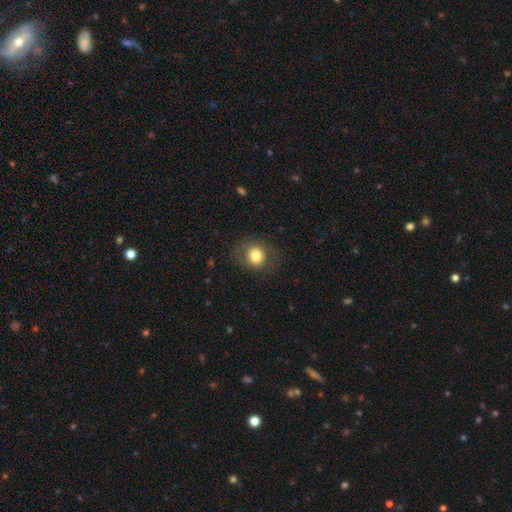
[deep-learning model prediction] Q: Smooth or featured?
A: smooth (73%); runner-up: featured or disk (17%)
Q: How rounded?
A: round (71%); runner-up: in between (28%)
Q: Merging?
A: none (80%); runner-up: minor disturbance (12%)